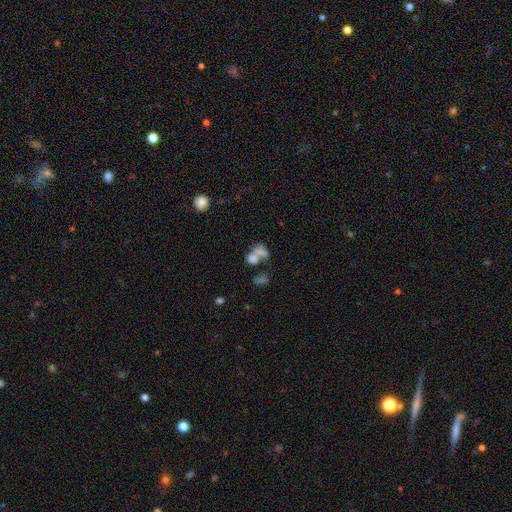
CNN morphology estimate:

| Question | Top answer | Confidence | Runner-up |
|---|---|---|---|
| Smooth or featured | smooth | 66% | featured or disk (19%) |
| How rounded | in between | 63% | round (34%) |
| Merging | merger | 61% | none (21%) |